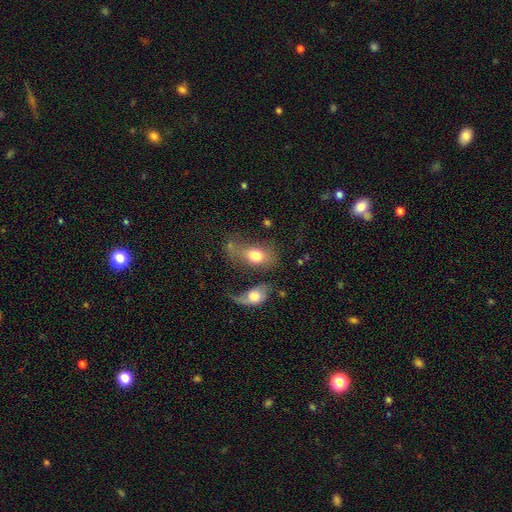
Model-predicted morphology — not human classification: smooth-or-featured: smooth: 69% | featured or disk: 22% | star or artifact: 10%
  how-rounded: in between: 78% | round: 19% | cigar-shaped: 3%
  merging: merger: 30% (tied) | none: 30% (tied) | major disturbance: 24% | minor disturbance: 16%